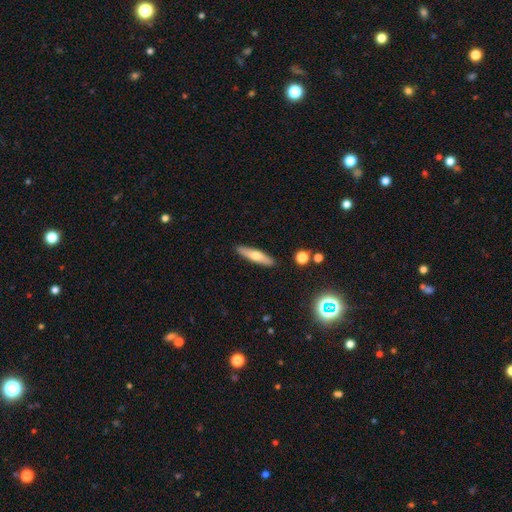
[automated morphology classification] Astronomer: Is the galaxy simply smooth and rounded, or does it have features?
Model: smooth — 57% (runner-up: featured or disk, 36%).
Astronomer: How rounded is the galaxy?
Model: cigar-shaped — 80%.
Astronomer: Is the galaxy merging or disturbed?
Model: none — 89%.